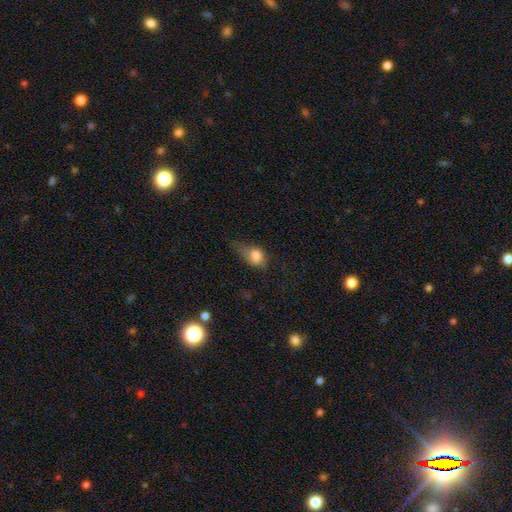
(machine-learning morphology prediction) This appears to be a smooth galaxy with no disk features (79%) that is in between round and cigar-shaped (63%). Merging: minor disturbance (39%).